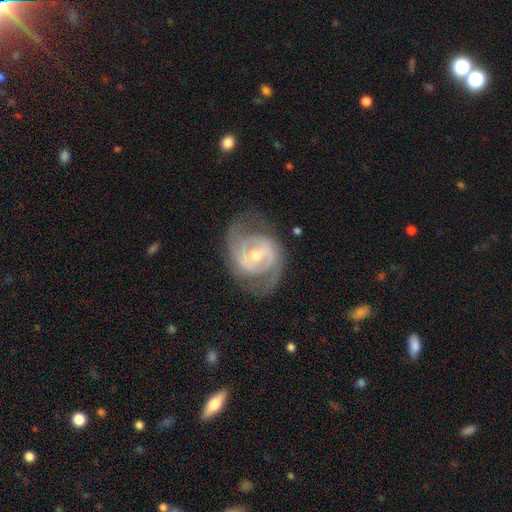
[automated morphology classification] type=featured or disk (88%); edge-on=no (97%); bar=weak (48%); spiral arms=yes (94%); winding=tight (45%); arm count=2 (77%); bulge=moderate (56%); merging=none (72%).